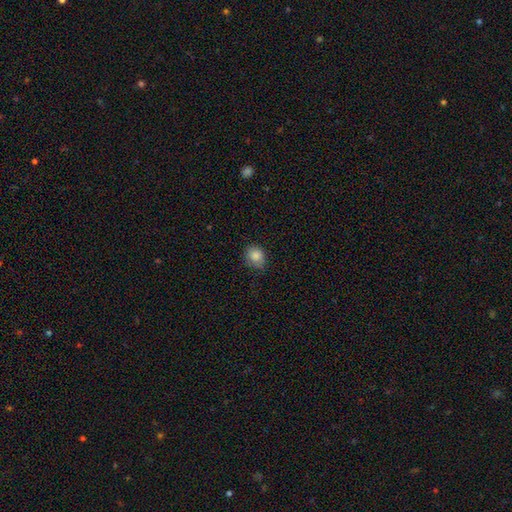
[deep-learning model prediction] Q: Smooth or featured?
A: smooth (85%); runner-up: star or artifact (9%)
Q: How rounded?
A: round (66%); runner-up: in between (33%)
Q: Merging?
A: none (70%); runner-up: minor disturbance (24%)